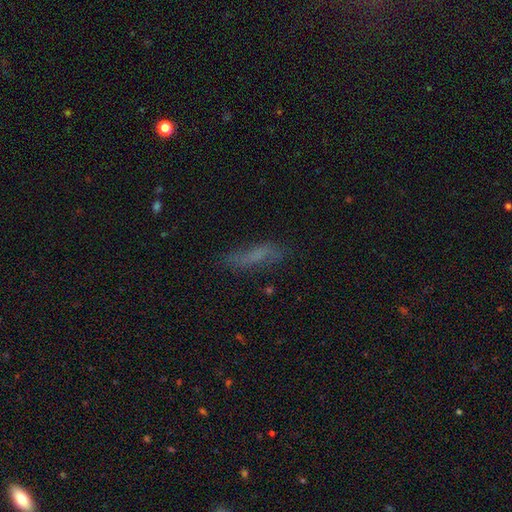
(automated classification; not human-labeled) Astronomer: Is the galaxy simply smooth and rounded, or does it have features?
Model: smooth — 56%.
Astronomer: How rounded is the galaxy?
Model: cigar-shaped — 65%.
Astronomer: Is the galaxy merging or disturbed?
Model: none — 66%.